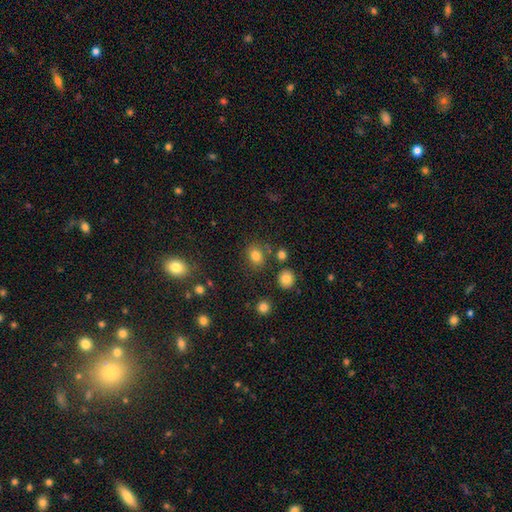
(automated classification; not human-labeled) Overall: smooth (80%). How rounded: round (51%; in between 48%). Merging: none (78%).